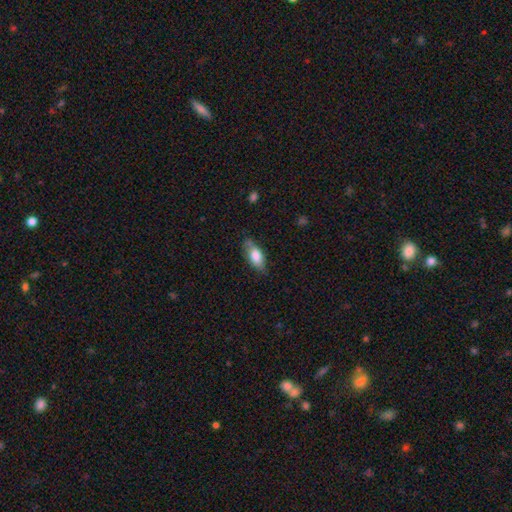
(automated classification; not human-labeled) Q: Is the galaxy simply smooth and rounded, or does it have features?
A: smooth — 72%.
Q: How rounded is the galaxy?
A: in between — 83%.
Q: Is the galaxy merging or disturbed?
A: none — 67%.